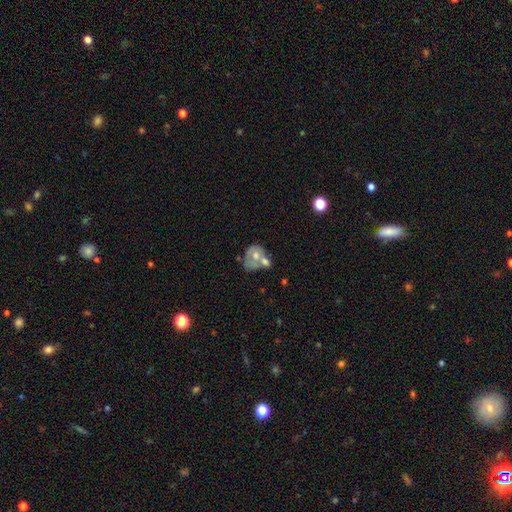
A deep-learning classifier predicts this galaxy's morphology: Overall: featured or disk (45%, tied with smooth). Merging: merger (54%; none 22%).